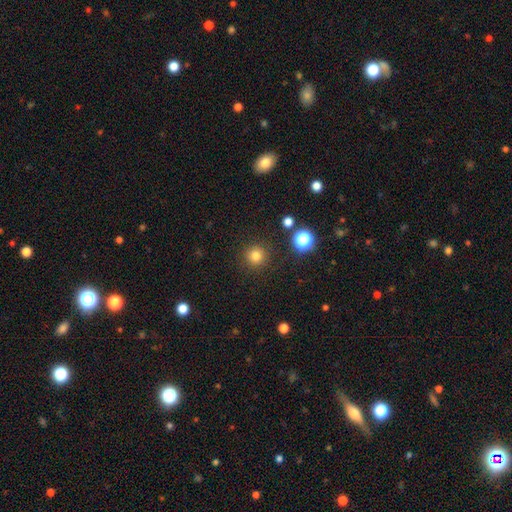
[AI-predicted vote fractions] Smooth or featured? Predicted: smooth (p=0.80). How rounded? Predicted: round (p=0.95). Merging? Predicted: none (p=0.90).